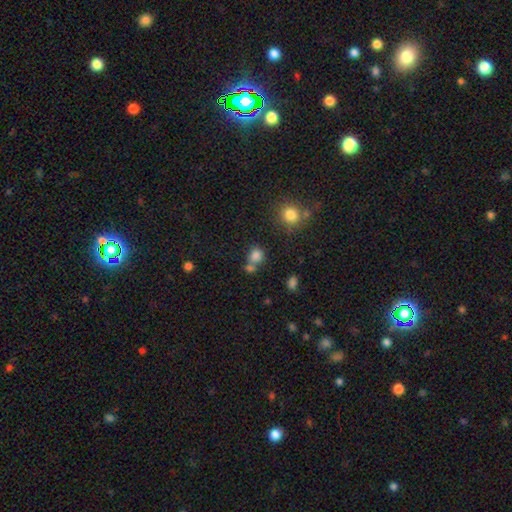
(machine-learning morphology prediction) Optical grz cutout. It shows a smooth galaxy with no disk features (78%) that is round (65%). Merging: none (48%).